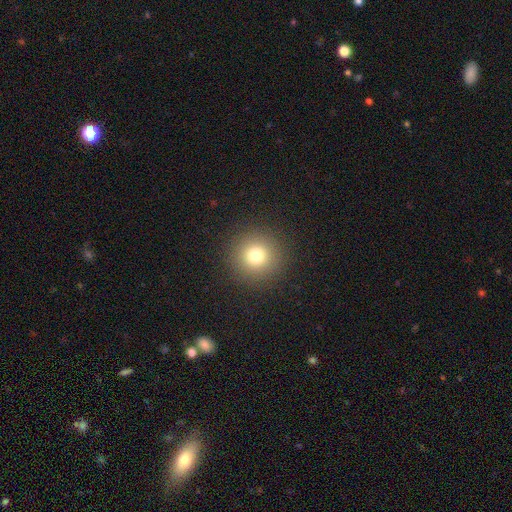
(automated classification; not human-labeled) Smooth or featured: smooth — 78% (star or artifact — 14%)
How rounded: round — 95% (in between — 4%)
Merging: none — 91% (minor disturbance — 5%)